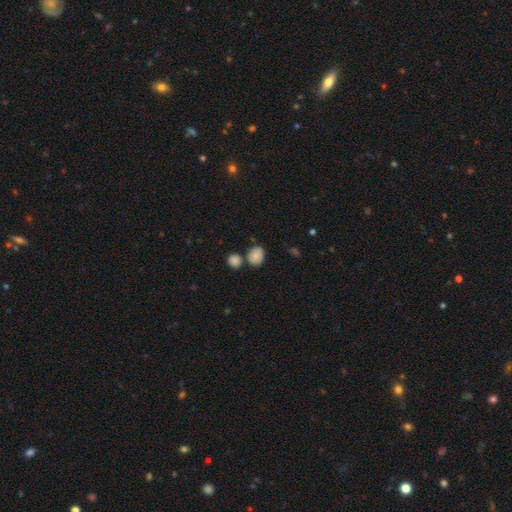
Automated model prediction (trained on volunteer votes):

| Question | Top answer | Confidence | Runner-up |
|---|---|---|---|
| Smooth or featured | smooth | 83% | star or artifact (9%) |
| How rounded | round | 51% | in between (48%) |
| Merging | none | 63% | merger (19%) |